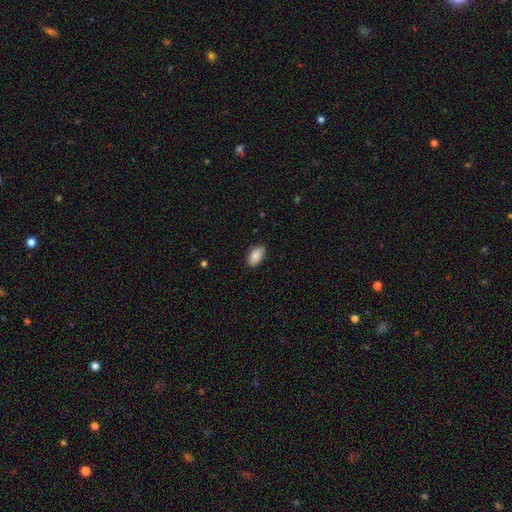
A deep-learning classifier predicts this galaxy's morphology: Smooth or featured: smooth — 89% (star or artifact — 7%)
How rounded: in between — 94% (round — 3%)
Merging: none — 85% (minor disturbance — 12%)